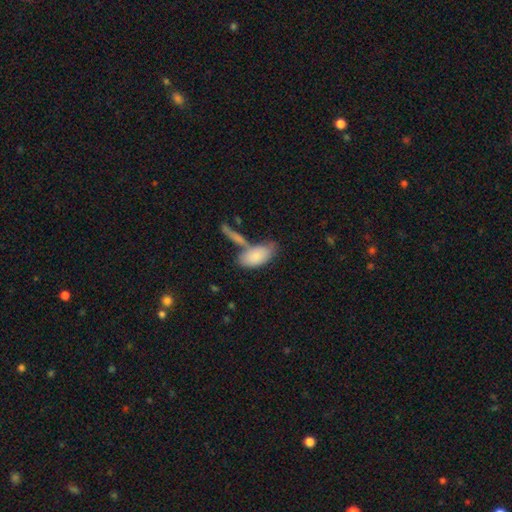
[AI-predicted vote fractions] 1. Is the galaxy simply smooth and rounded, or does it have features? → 80% smooth, 15% featured or disk, 6% star or artifact.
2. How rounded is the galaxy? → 90% in between, 6% cigar-shaped, 3% round.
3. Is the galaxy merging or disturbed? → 43% none, 34% merger, 16% minor disturbance, 6% major disturbance.